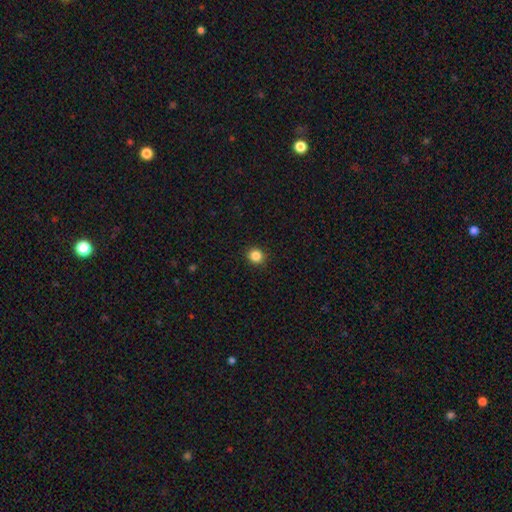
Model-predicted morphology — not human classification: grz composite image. It shows a smooth galaxy with no disk features (86%) that is round (88%). Merging: none (92%).